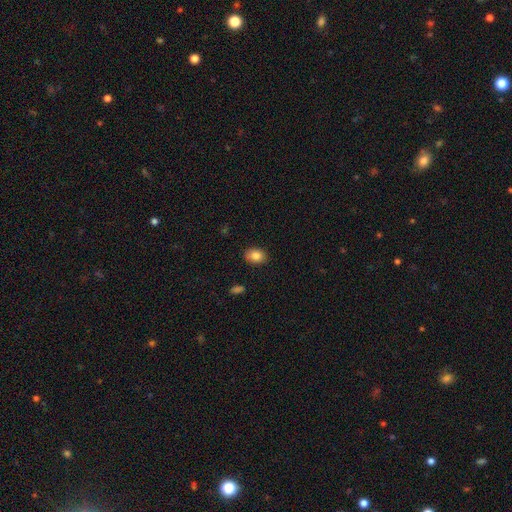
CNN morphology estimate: Smooth or featured: smooth — 84% (star or artifact — 9%)
How rounded: in between — 74% (round — 25%)
Merging: none — 87% (minor disturbance — 9%)